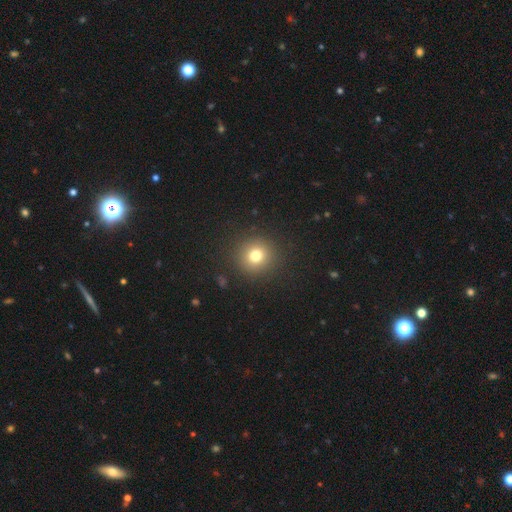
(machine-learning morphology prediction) Overall: smooth (76%). How rounded: round (93%). Merging: none (90%).